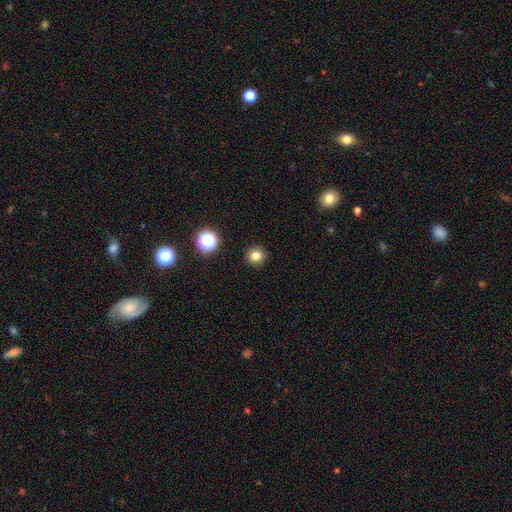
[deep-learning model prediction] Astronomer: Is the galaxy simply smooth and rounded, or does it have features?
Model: smooth — 80%.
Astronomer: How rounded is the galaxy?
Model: round — 94%.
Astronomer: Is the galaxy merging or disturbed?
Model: none — 92%.